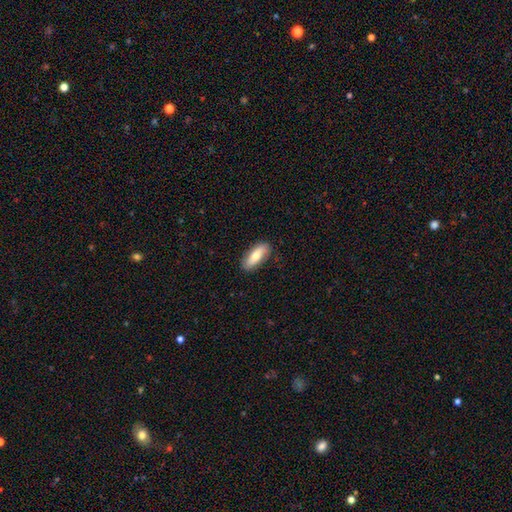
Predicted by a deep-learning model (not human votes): Overall: smooth (73%). How rounded: in between (72%). Merging: none (86%).